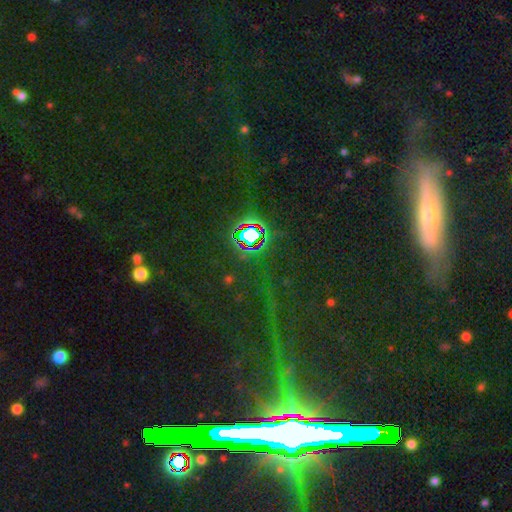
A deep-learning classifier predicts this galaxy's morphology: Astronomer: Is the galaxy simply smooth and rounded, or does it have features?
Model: star or artifact — 64%.